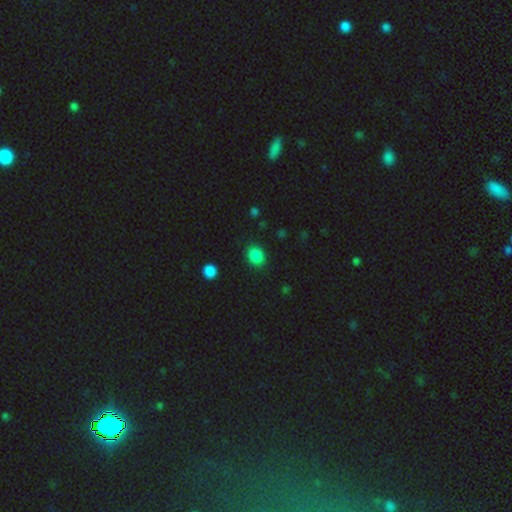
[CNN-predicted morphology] Smooth or featured? Predicted: smooth (p=0.86). How rounded? Predicted: round (p=0.56). Merging? Predicted: none (p=0.87).